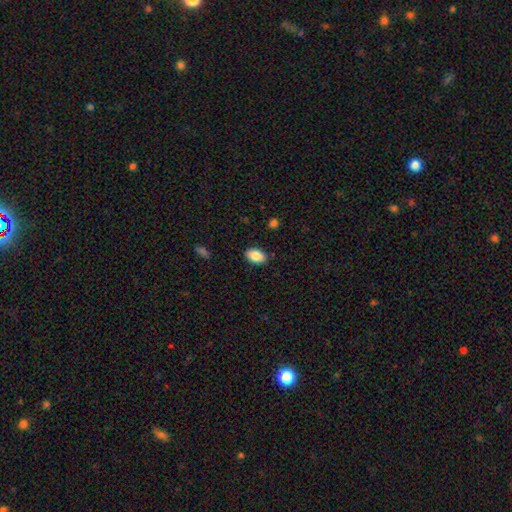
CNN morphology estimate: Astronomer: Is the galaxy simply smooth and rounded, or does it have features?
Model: smooth — 87%.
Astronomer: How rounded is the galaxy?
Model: in between — 91%.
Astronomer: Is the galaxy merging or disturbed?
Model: none — 87%.